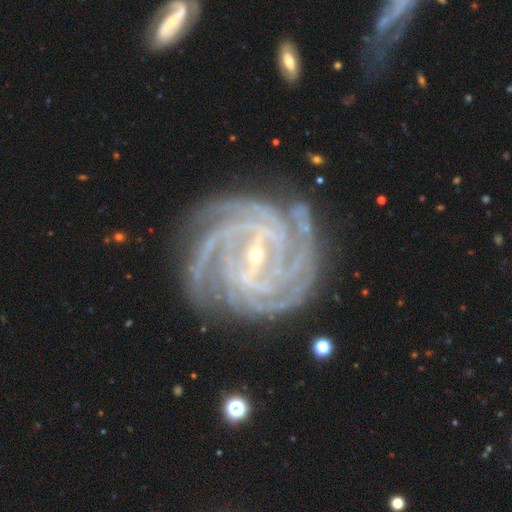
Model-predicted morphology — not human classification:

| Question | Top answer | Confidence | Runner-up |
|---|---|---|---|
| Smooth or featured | featured or disk | 94% | star or artifact (4%) |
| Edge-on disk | no | 98% | yes (2%) |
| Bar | strong | 54% | weak (35%) |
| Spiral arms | yes | 99% | no (1%) |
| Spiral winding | tight | 80% | medium (18%) |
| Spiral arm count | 4 | 42% | more than 4 (17%) |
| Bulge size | small | 74% | moderate (23%) |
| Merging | none | 80% | minor disturbance (14%) |